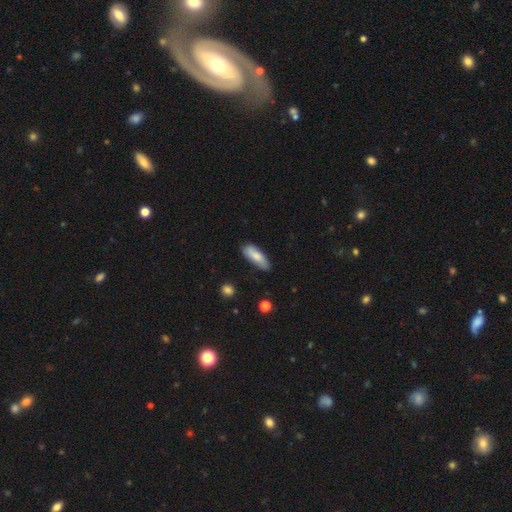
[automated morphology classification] smooth_or_featured: smooth (p=0.77) [alt: featured or disk p=0.17]
how_rounded: in between (p=0.68) [alt: cigar-shaped p=0.30]
merging: none (p=0.79) [alt: minor disturbance p=0.16]